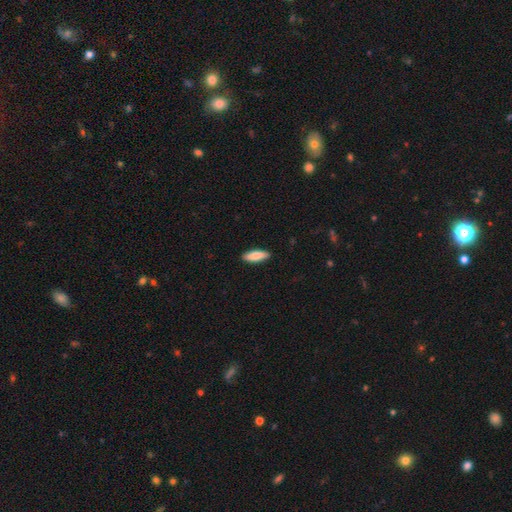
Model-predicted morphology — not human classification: A smooth galaxy with no disk features (85%) that is in between round and cigar-shaped (56%). Merging: none (90%).